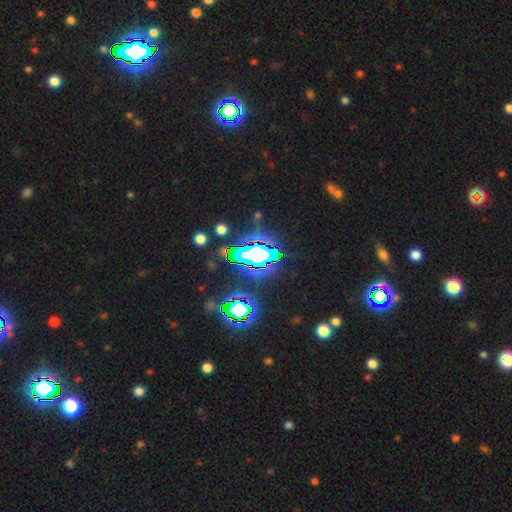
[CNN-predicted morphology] A star or artifact, not a galaxy (68%).